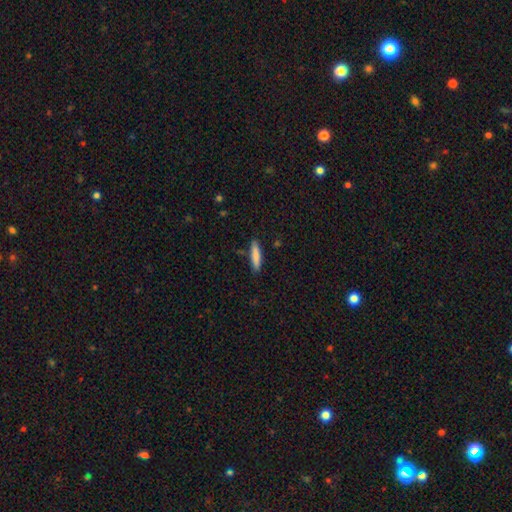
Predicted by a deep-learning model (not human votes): A smooth galaxy with no disk features (83%) that is cigar-shaped (84%).

Vote fractions:
- Smooth or featured? smooth: 83% / featured or disk: 11% / star or artifact: 6%
- How rounded? cigar-shaped: 84% / in between: 14% / round: 1%
- Merging? none: 86% / minor disturbance: 10% / major disturbance: 2% / merger: 2%